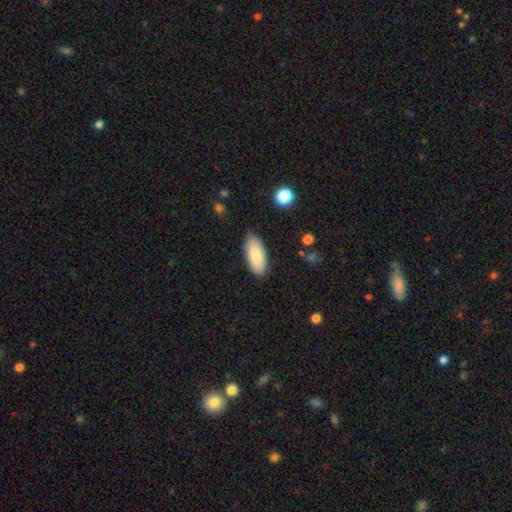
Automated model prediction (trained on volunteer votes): Overall: smooth (84%). How rounded: in between (87%). Merging: none (85%).